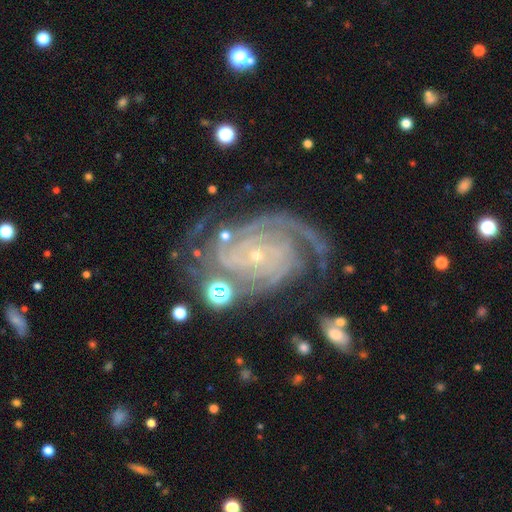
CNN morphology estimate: featured or disk 91%, star or artifact 6%, smooth 3%. Down the decision tree: edge-on disk — no (97%); bar — no (72%); spiral arms — yes (98%); spiral arm count — 2 (26%); spiral winding — tight (70%); bulge size — small (87%); merging — none (64%).